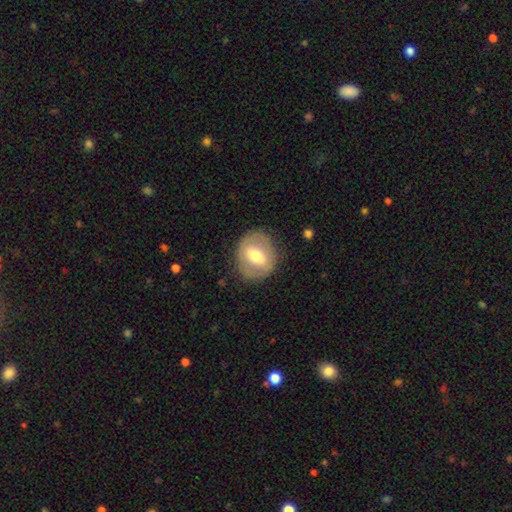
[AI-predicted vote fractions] smooth 49%, featured or disk 44%, star or artifact 6%. Down the decision tree: merging — none (82%).